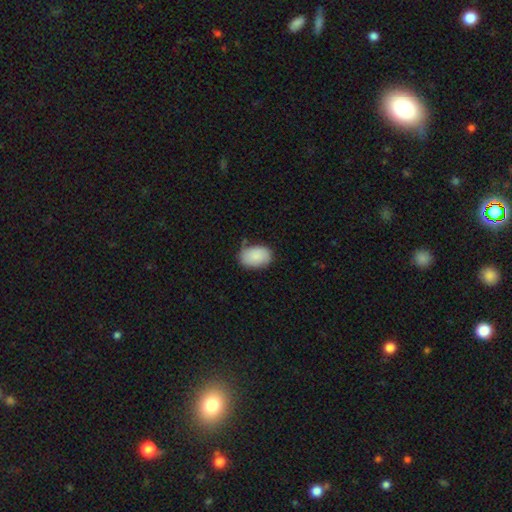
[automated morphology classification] A smooth galaxy with no disk features (87%) that is in between round and cigar-shaped (87%). Merging: none (71%).